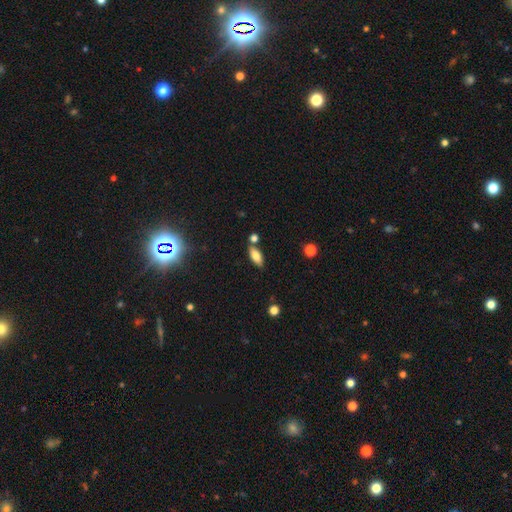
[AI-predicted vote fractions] This appears to be a smooth galaxy with no disk features (76%) that is in between round and cigar-shaped (81%). Merging: none (75%).